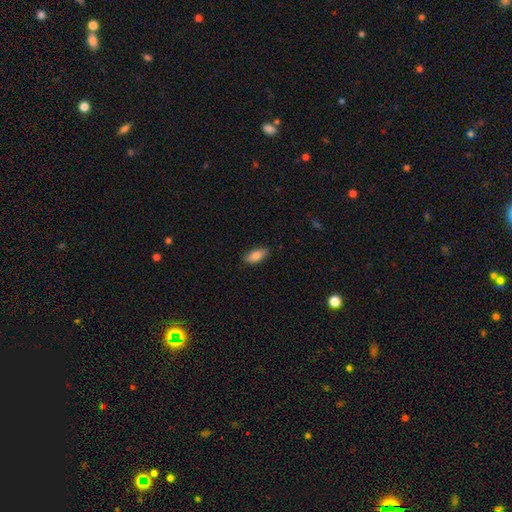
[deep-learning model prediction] This is clearly a smooth galaxy (82%). How rounded: clearly in between (87%). Merging: clearly none (86%).